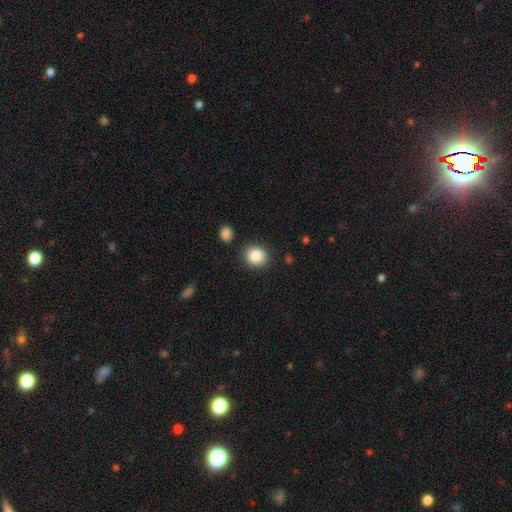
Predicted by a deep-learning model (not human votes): Overall: smooth (86%). How rounded: round (82%). Merging: none (86%).